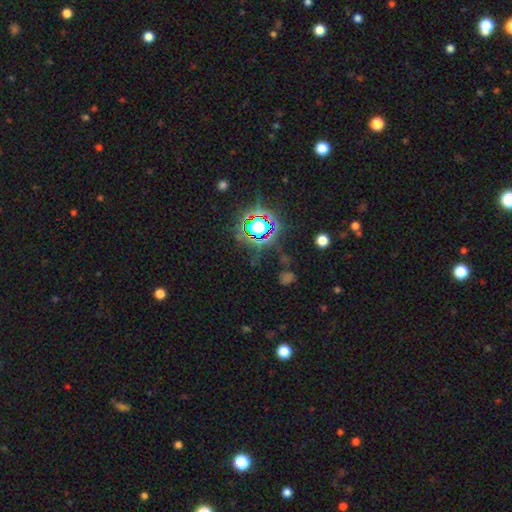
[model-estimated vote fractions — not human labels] star or artifact 76%, smooth 16%, featured or disk 8%.